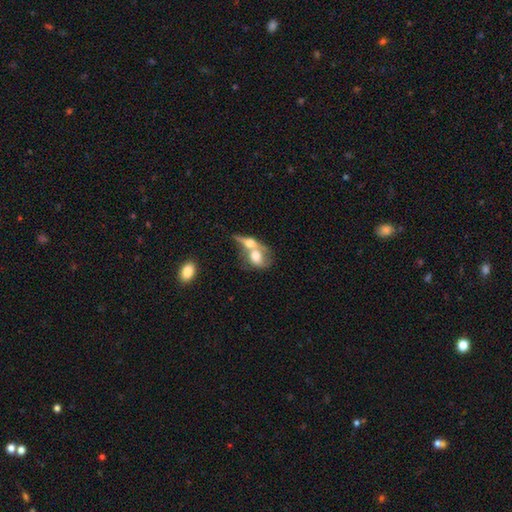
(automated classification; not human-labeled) smooth-or-featured: smooth: 57% | featured or disk: 35% | star or artifact: 7%
  how-rounded: in between: 63% | round: 31% | cigar-shaped: 6%
  merging: merger: 75% | none: 13% | major disturbance: 6% | minor disturbance: 6%